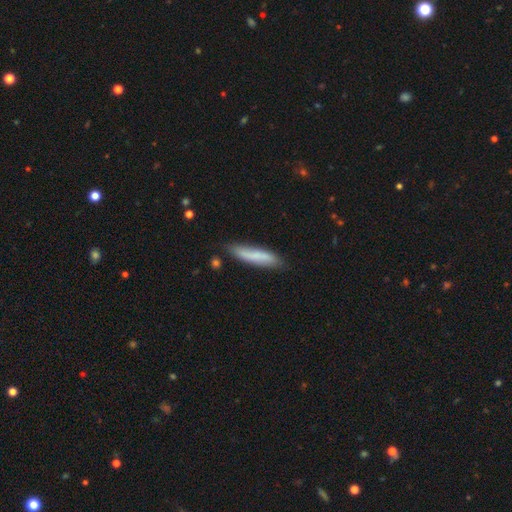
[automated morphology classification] A smooth galaxy with no disk features (73%) that is cigar-shaped (83%).

Vote fractions:
- Smooth or featured? smooth: 73% / featured or disk: 21% / star or artifact: 6%
- How rounded? cigar-shaped: 83% / in between: 16% / round: 2%
- Merging? none: 76% / minor disturbance: 18% / major disturbance: 3% / merger: 2%